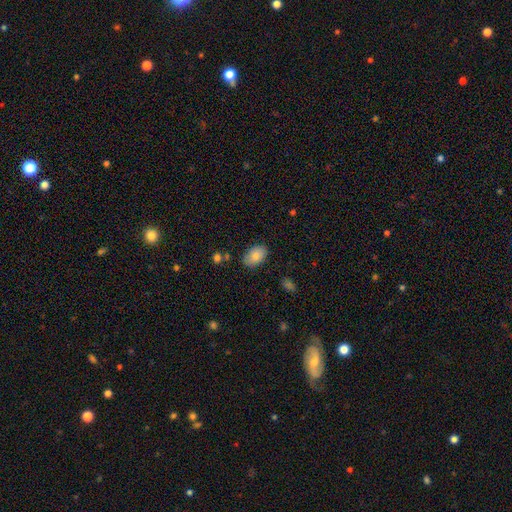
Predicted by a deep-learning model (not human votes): smooth_or_featured: smooth (p=0.82) [alt: featured or disk p=0.11]
how_rounded: in between (p=0.90) [alt: round p=0.09]
merging: none (p=0.83) [alt: minor disturbance p=0.13]